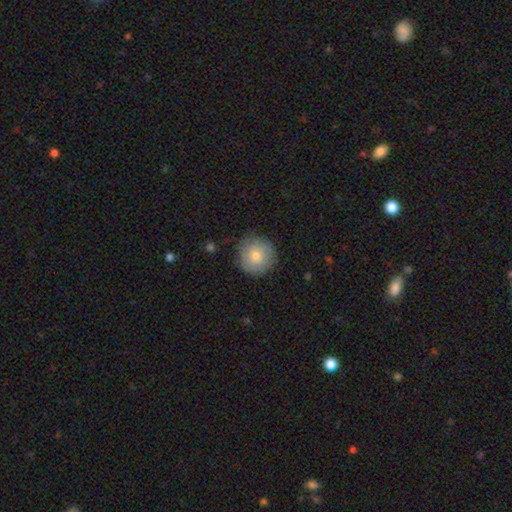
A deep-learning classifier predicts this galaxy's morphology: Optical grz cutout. It shows a smooth galaxy with no disk features (79%) that is round (94%). Merging: none (87%).